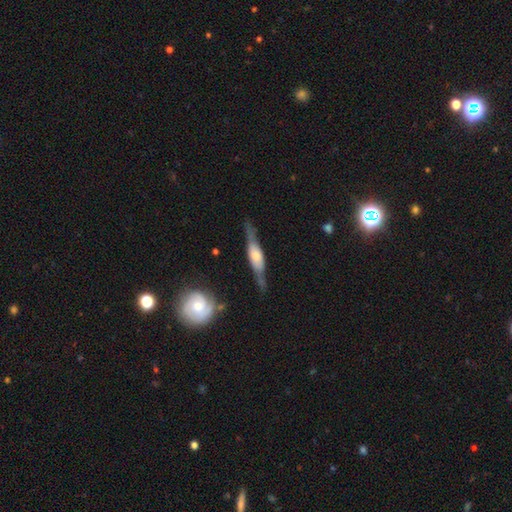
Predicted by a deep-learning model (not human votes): Morphology: type=featured or disk (67%); edge-on=yes (87%); edge-on bulge=rounded (69%); merging=none (73%).